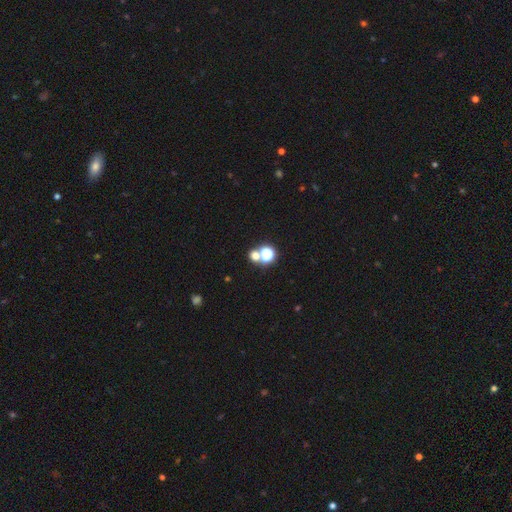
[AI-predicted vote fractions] Smooth or featured: smooth — 54% (star or artifact — 37%)
How rounded: round — 80% (in between — 18%)
Merging: none — 58% (merger — 32%)